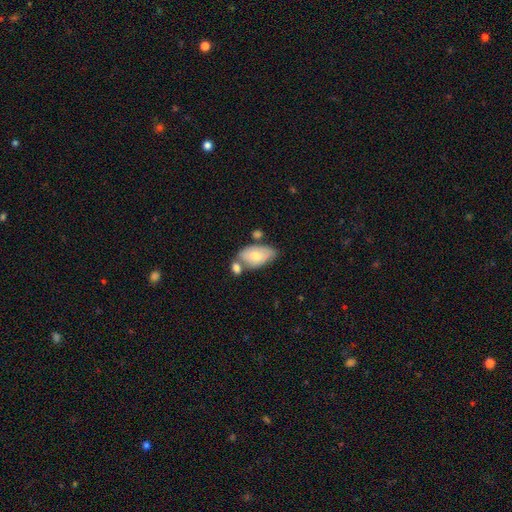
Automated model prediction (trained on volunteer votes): smooth_or_featured: smooth (p=0.67) [alt: featured or disk p=0.27]
how_rounded: in between (p=0.92) [alt: round p=0.06]
merging: none (p=0.43) [alt: merger p=0.30]